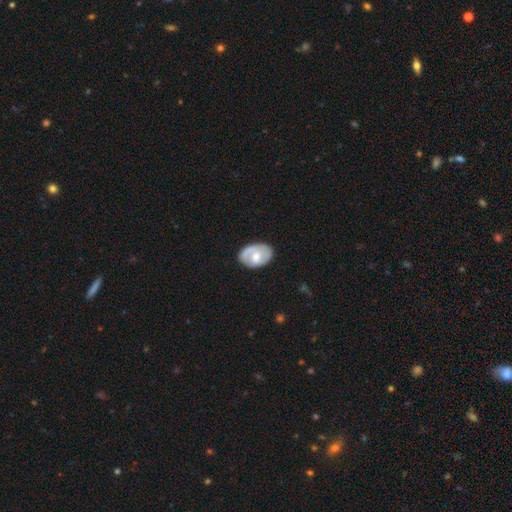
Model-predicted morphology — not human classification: smooth_or_featured: featured or disk (p=0.54) [alt: smooth p=0.40]
disk_edge_on: no (p=0.95) [alt: yes p=0.05]
bar: no (p=0.51) [alt: weak p=0.40]
has_spiral_arms: yes (p=0.66) [alt: no p=0.34]
bulge_size: moderate (p=0.63) [alt: small p=0.24]
merging: none (p=0.75) [alt: minor disturbance p=0.18]